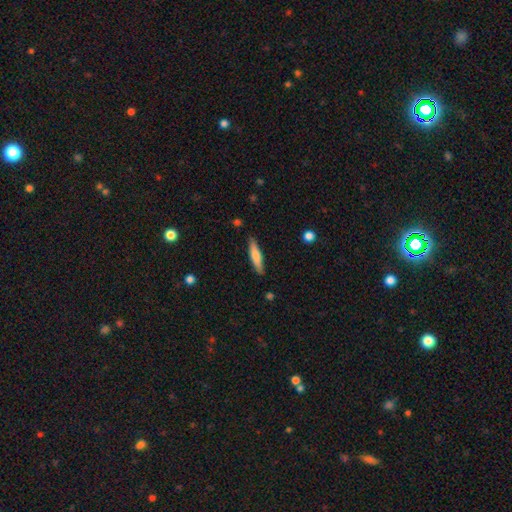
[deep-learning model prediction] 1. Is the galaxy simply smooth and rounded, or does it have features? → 67% smooth, 27% featured or disk, 6% star or artifact.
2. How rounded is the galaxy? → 83% cigar-shaped, 15% in between, 1% round.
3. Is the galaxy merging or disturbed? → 88% none, 9% minor disturbance, 2% major disturbance, 1% merger.